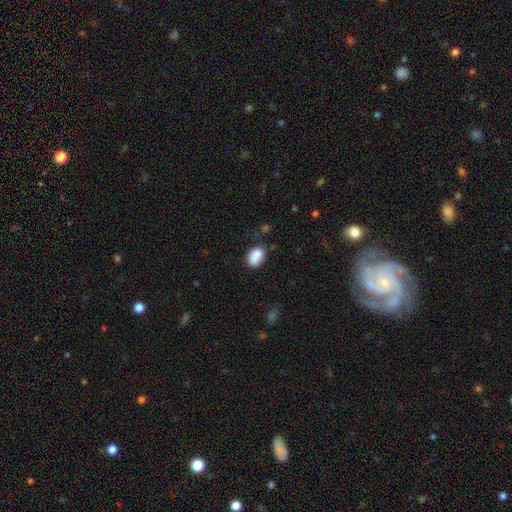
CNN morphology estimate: Smooth or featured? Predicted: smooth (p=0.79). How rounded? Predicted: in between (p=0.68). Merging? Predicted: none (p=0.47).